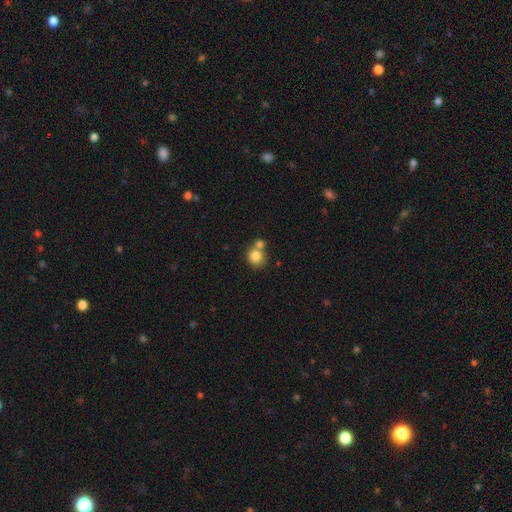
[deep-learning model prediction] Morphology: type=smooth (82%); roundness=round (84%); merging=none (51%).